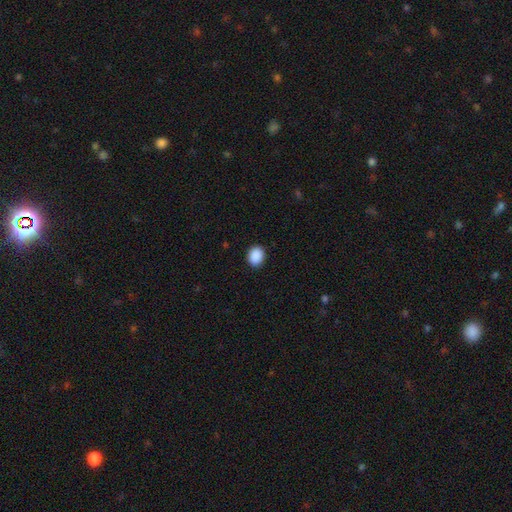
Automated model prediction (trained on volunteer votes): smooth_or_featured: smooth (p=0.90) [alt: star or artifact p=0.08]
how_rounded: round (p=0.53) [alt: in between p=0.46]
merging: none (p=0.90) [alt: minor disturbance p=0.07]